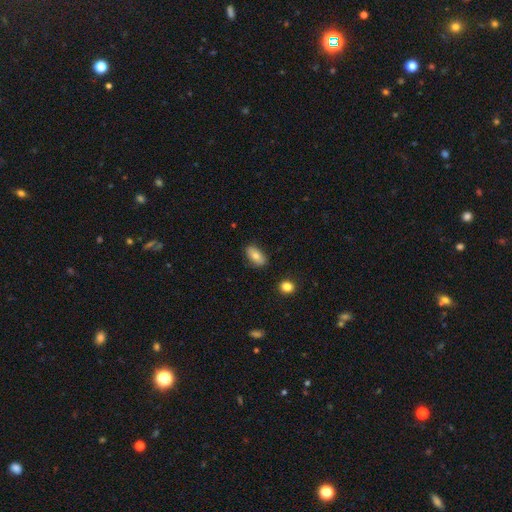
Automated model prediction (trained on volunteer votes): Smooth or featured? smooth (75%)
How rounded? in between (91%)
Merging? none (81%)